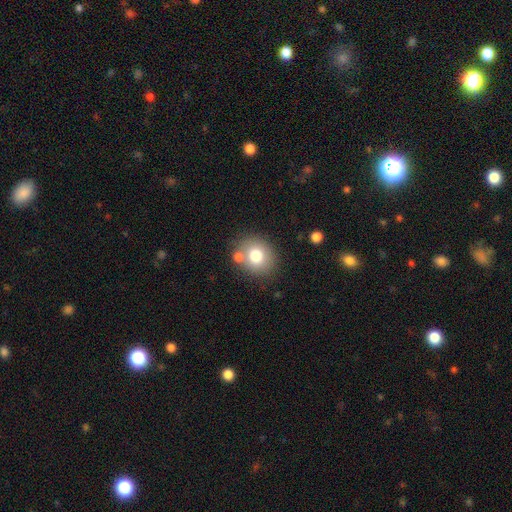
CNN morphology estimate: A smooth galaxy with no disk features (74%) that is round (71%). Merging: none (72%).